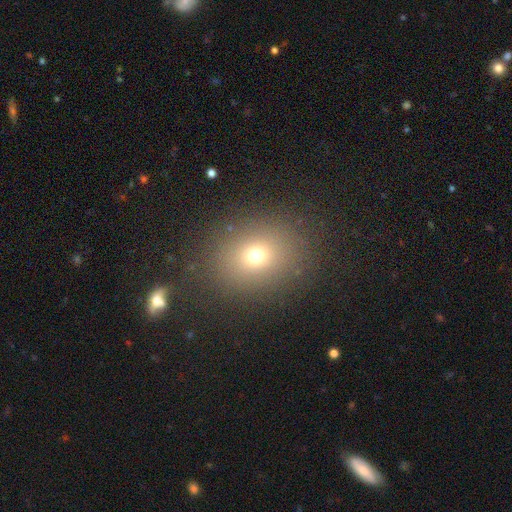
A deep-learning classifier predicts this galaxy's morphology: A smooth galaxy with no disk features (69%) that is round (57%). Merging: none (83%).